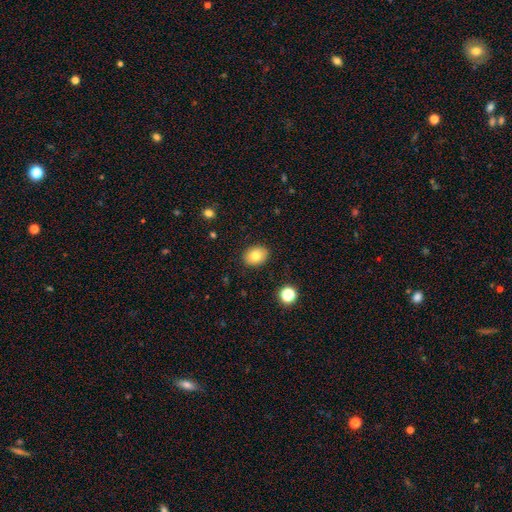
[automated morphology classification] smooth_or_featured: smooth (p=0.79) [alt: featured or disk p=0.11]
how_rounded: in between (p=0.64) [alt: round p=0.35]
merging: none (p=0.89) [alt: minor disturbance p=0.08]